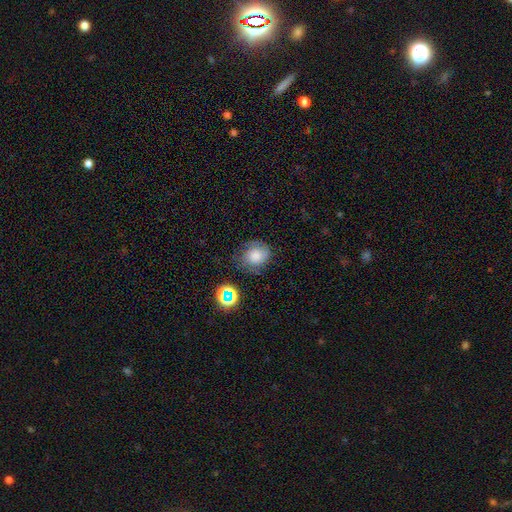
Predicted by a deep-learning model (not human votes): This appears to be a smooth galaxy with no disk features (63%) that is round (69%). Merging: none (64%).